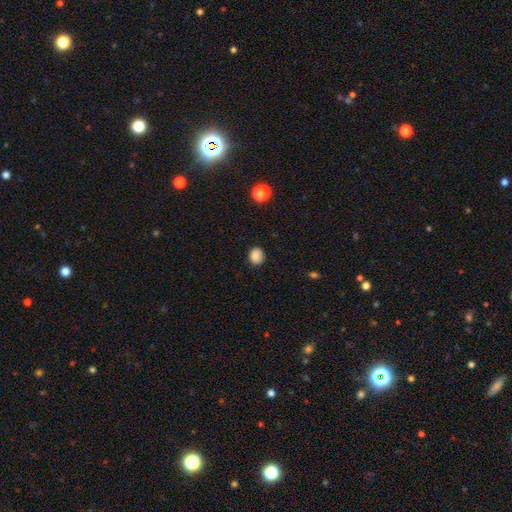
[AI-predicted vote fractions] A smooth galaxy with no disk features (85%) that is round (76%).

Vote fractions:
- Smooth or featured? smooth: 85% / star or artifact: 10% / featured or disk: 4%
- How rounded? round: 76% / in between: 23% / cigar-shaped: 1%
- Merging? none: 87% / minor disturbance: 10% / major disturbance: 2% / merger: 1%